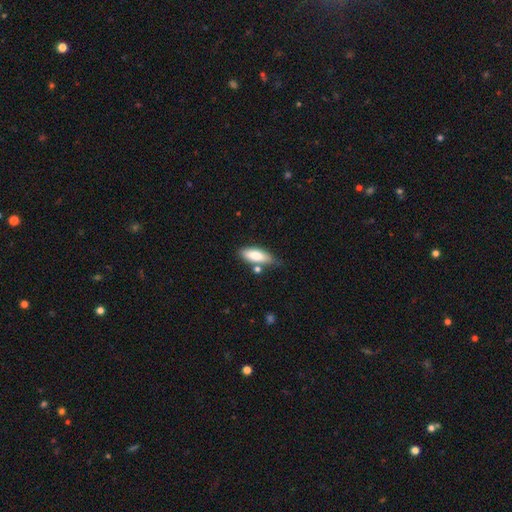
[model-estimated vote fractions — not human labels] This appears to be a smooth galaxy with no disk features (76%) that is in between round and cigar-shaped (68%). Merging: none (61%).